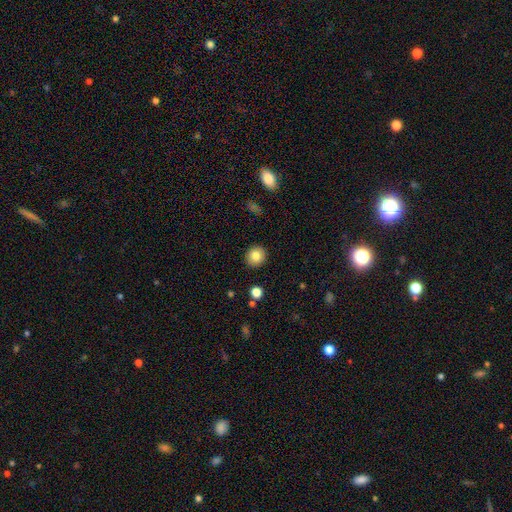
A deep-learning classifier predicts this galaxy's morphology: smooth 83%, star or artifact 10%, featured or disk 8%. Down the decision tree: how rounded — round (87%); merging — none (91%).